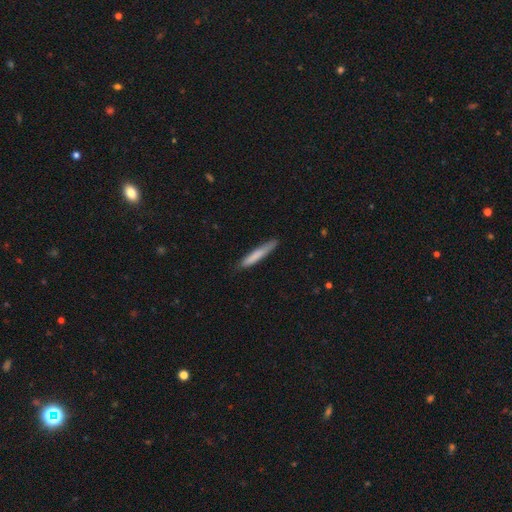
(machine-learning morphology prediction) Smooth or featured: smooth — 75% (featured or disk — 19%)
How rounded: cigar-shaped — 93% (in between — 5%)
Merging: none — 81% (minor disturbance — 15%)